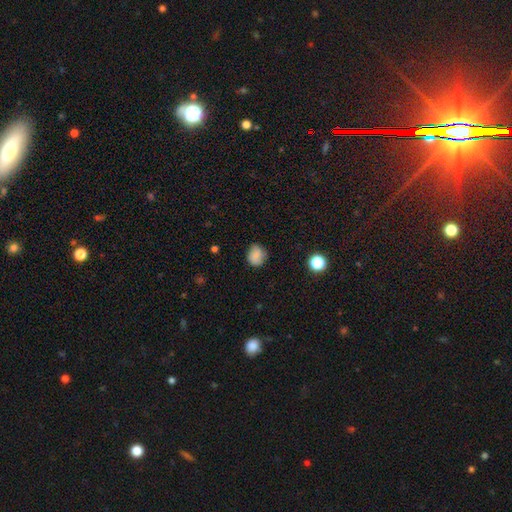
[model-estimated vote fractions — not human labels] This appears to be a smooth galaxy with no disk features (83%) that is round (70%). Merging: none (71%).